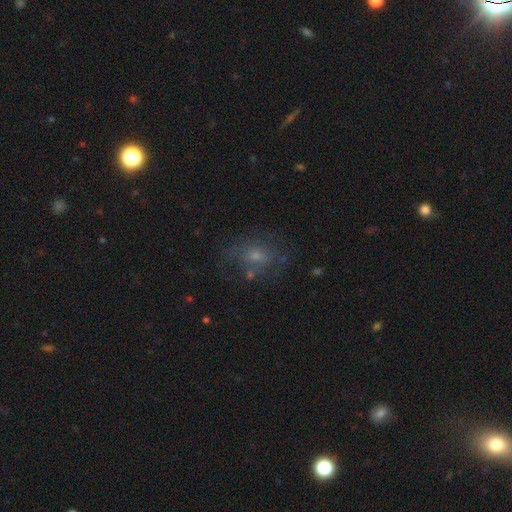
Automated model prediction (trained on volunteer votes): smooth_or_featured: smooth (p=0.45) [alt: featured or disk p=0.34]
merging: none (p=0.61) [alt: minor disturbance p=0.19]